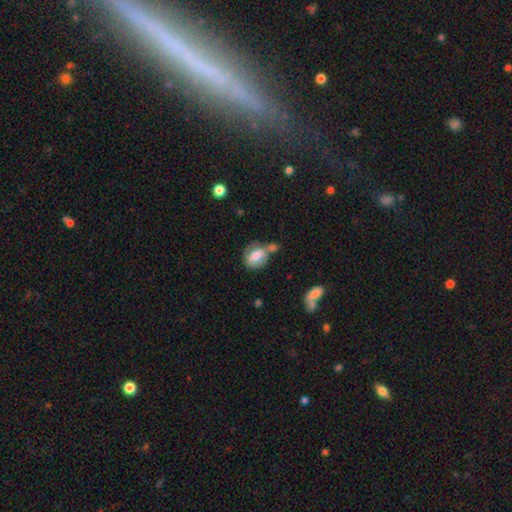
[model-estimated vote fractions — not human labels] Smooth or featured: smooth — 63% (featured or disk — 29%)
How rounded: in between — 53% (round — 45%)
Merging: none — 39% (merger — 32%)